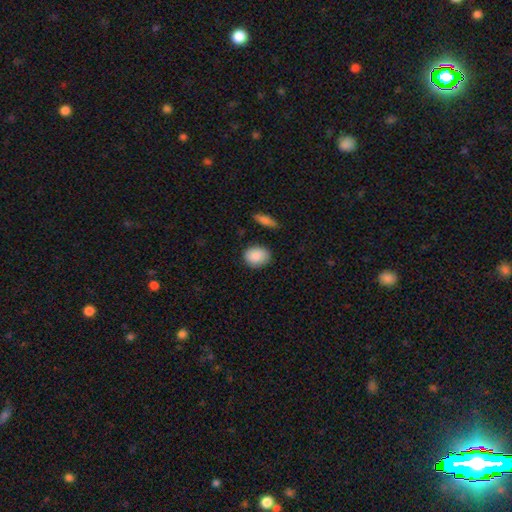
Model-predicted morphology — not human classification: smooth_or_featured: smooth (p=0.89) [alt: star or artifact p=0.07]
how_rounded: in between (p=0.55) [alt: round p=0.44]
merging: none (p=0.81) [alt: minor disturbance p=0.14]